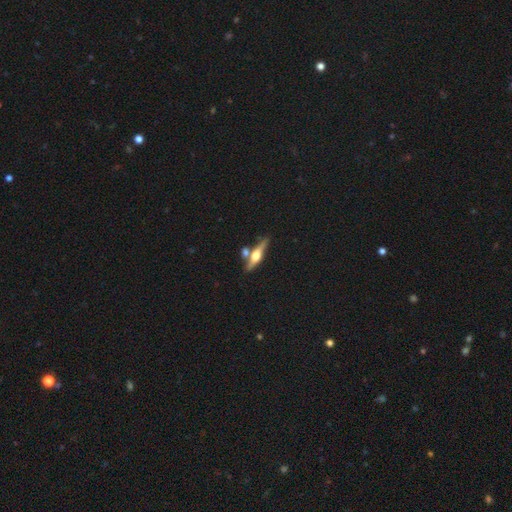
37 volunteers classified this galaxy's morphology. Smooth or featured? featured or disk (57%)
Edge-on disk? yes (95%)
Edge-on bulge? rounded (95%)
Merging? none (62%)